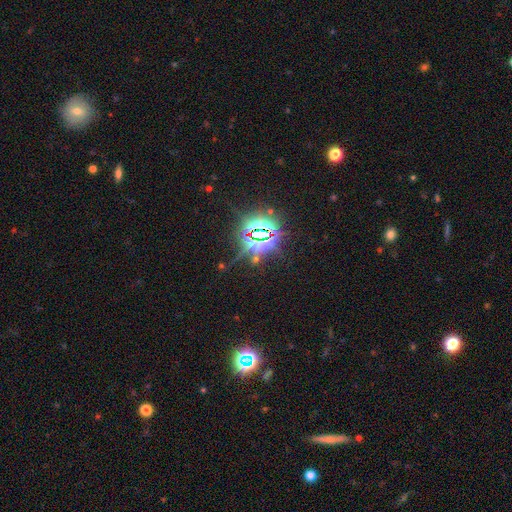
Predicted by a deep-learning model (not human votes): A star or artifact, not a galaxy (84%).